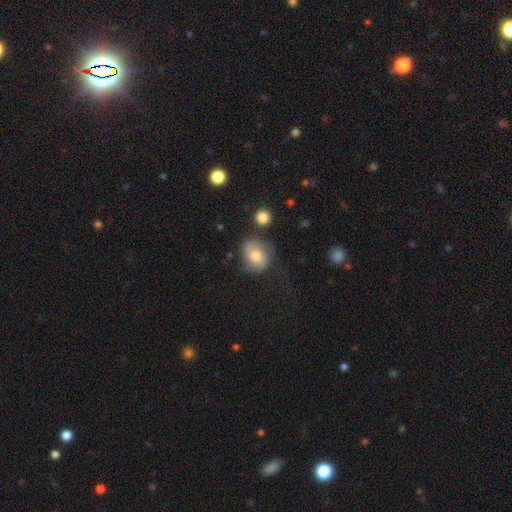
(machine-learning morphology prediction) smooth 61%, featured or disk 30%, star or artifact 9%. Down the decision tree: how rounded — round (54%); merging — none (59%).